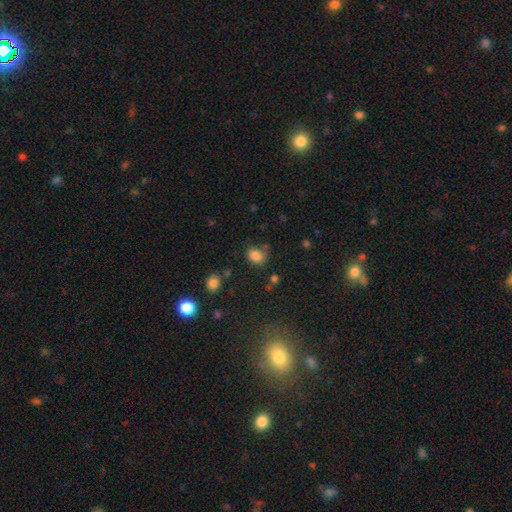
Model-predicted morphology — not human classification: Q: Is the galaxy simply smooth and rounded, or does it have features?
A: smooth — 83%.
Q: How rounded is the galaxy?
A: in between — 56%.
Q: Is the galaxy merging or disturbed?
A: none — 68%.